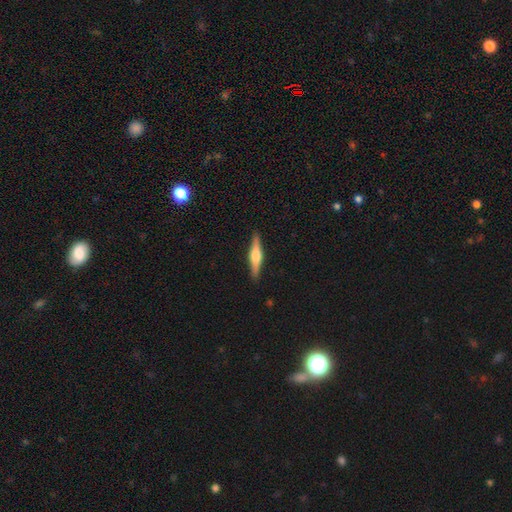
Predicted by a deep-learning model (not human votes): Smooth or featured?
  - featured or disk: 65% *
  - smooth: 29%
  - star or artifact: 6%
Edge-on disk?
  - yes: 98% *
  - no: 2%
Edge-on bulge?
  - rounded: 87% *
  - boxy: 9%
  - none: 4%
Merging?
  - none: 91% *
  - minor disturbance: 6%
  - major disturbance: 1%
  - merger: 1%